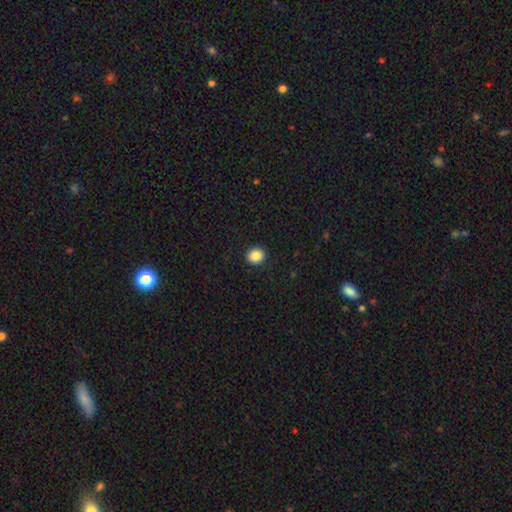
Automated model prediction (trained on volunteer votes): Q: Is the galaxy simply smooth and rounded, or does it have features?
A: smooth — 87%.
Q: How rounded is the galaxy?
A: round — 81%.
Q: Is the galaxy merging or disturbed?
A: none — 92%.